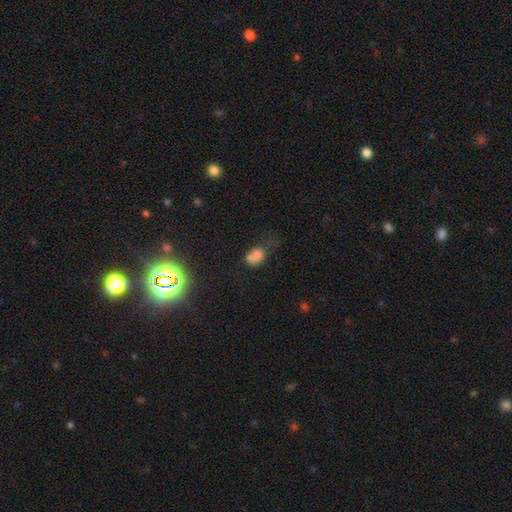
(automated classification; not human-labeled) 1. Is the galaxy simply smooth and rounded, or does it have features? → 65% smooth, 20% featured or disk, 15% star or artifact.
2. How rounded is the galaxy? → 56% in between, 42% round, 2% cigar-shaped.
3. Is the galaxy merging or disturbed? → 43% merger, 21% none, 20% major disturbance, 16% minor disturbance.